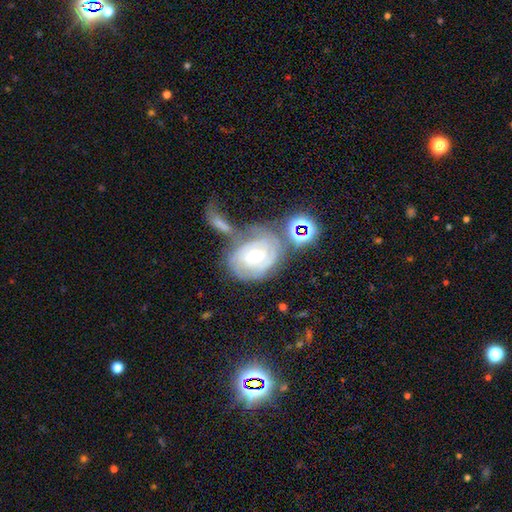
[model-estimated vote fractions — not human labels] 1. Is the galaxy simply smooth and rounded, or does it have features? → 77% featured or disk, 14% smooth, 8% star or artifact.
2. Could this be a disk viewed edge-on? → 96% no, 4% yes.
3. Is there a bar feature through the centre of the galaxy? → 49% no, 37% weak, 14% strong.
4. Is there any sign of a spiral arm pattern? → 88% yes, 12% no.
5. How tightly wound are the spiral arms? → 71% tight, 22% medium, 7% loose.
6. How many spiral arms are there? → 40% can't tell, 26% 2, 17% 3, 7% 4, 6% 1, 4% more than 4.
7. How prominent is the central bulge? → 64% moderate, 30% small, 4% large, 1% none, 1% dominant.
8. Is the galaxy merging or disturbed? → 42% none, 21% merger, 20% minor disturbance, 16% major disturbance.